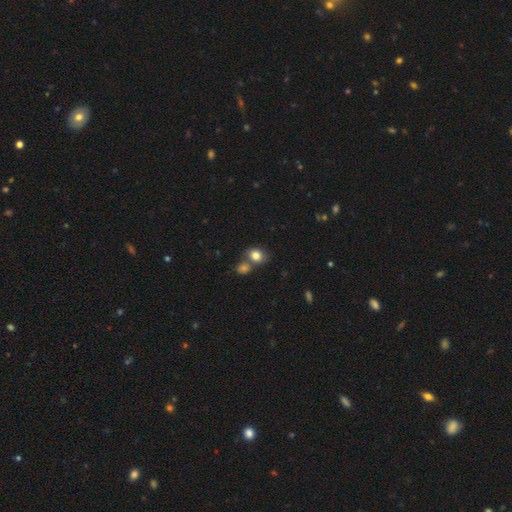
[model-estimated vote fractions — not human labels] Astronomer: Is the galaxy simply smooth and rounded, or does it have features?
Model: smooth — 82%.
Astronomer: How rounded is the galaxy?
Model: in between — 54% (runner-up: round, 44%).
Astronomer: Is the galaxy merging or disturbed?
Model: none — 52% (runner-up: merger, 34%).